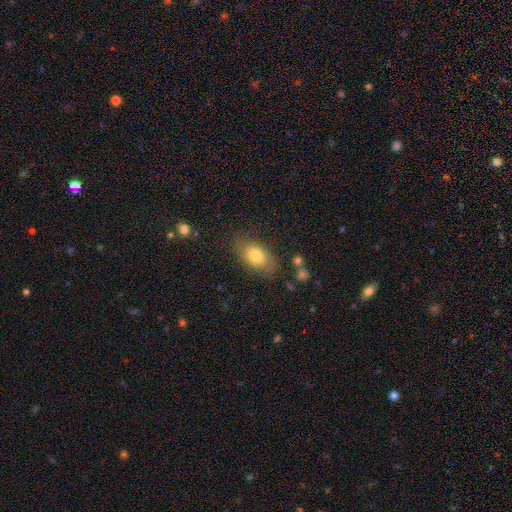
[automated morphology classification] Overall: smooth (75%). How rounded: in between (88%). Merging: none (74%).